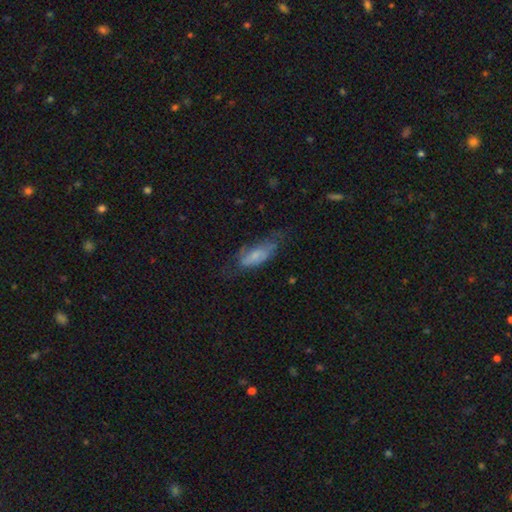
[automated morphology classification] The model was most divided on "smooth or featured": smooth: 49%, featured or disk: 42%, star or artifact: 8%. Remaining: merging — none (42%).